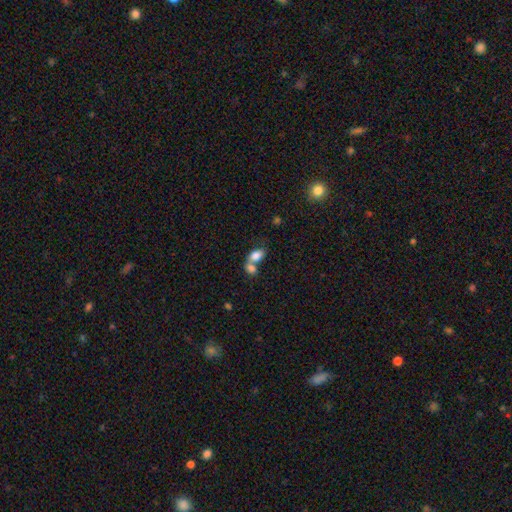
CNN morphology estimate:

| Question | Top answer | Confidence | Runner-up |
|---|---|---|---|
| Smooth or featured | smooth | 81% | featured or disk (11%) |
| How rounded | in between | 82% | round (16%) |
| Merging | merger | 63% | none (25%) |